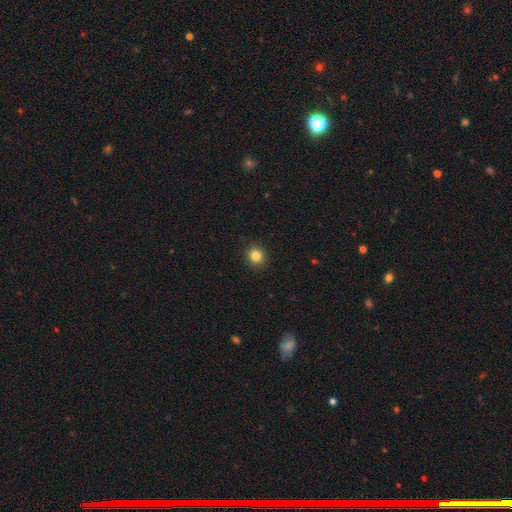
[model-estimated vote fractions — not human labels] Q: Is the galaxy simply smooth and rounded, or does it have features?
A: smooth — 84%.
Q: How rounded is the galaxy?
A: round — 80%.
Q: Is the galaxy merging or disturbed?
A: none — 91%.